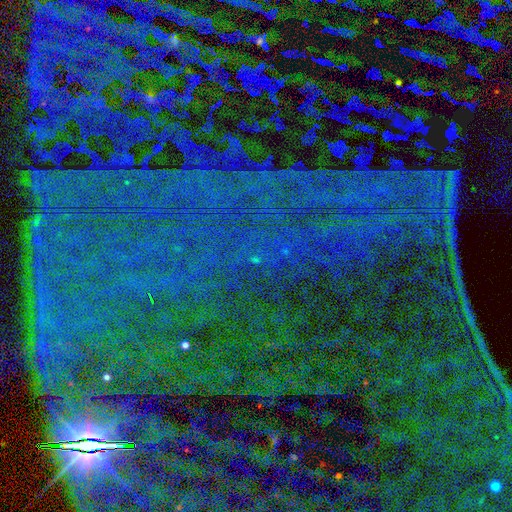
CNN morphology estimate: Q: Smooth or featured?
A: star or artifact (87%); runner-up: featured or disk (7%)